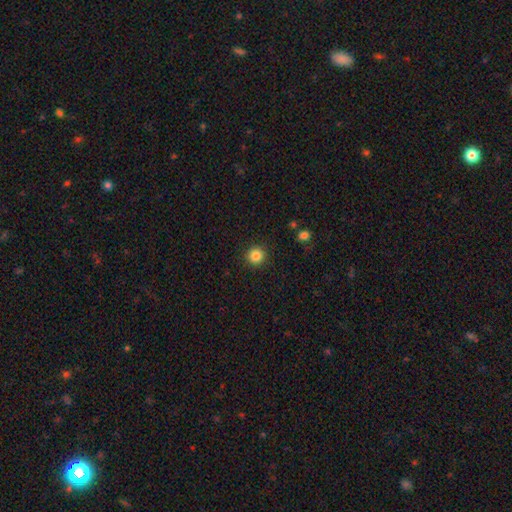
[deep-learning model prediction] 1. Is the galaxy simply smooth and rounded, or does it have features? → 85% smooth, 11% star or artifact, 4% featured or disk.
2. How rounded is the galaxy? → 95% round, 4% in between, 1% cigar-shaped.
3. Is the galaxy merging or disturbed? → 92% none, 5% minor disturbance, 2% major disturbance, 1% merger.